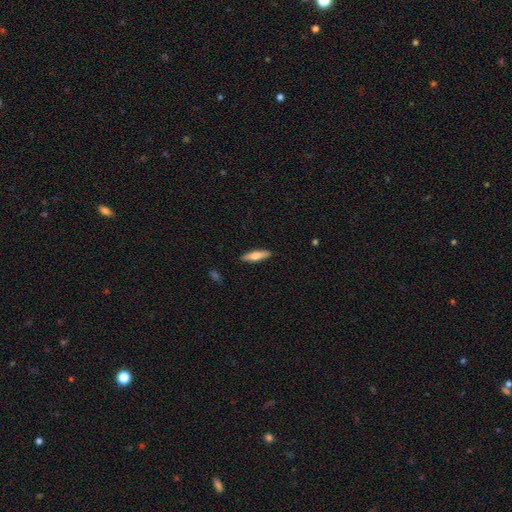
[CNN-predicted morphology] Smooth or featured: smooth — 62% (featured or disk — 32%)
How rounded: cigar-shaped — 65% (in between — 33%)
Merging: none — 89% (minor disturbance — 8%)